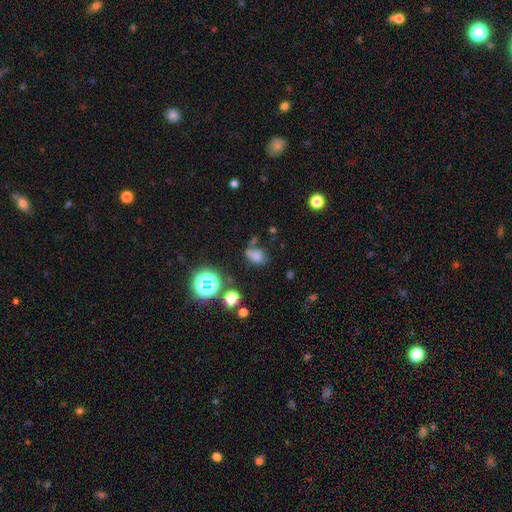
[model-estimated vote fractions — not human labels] Morphology: type=smooth (64%); roundness=in between (68%); merging=none (45%).